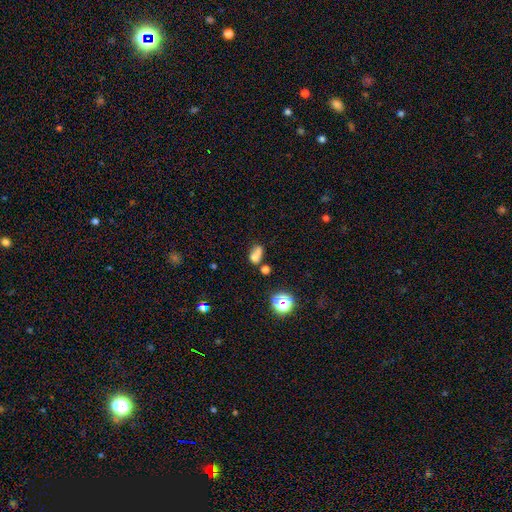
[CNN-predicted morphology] Smooth or featured? Predicted: smooth (p=0.65). How rounded? Predicted: in between (p=0.53). Merging? Predicted: merger (p=0.56).